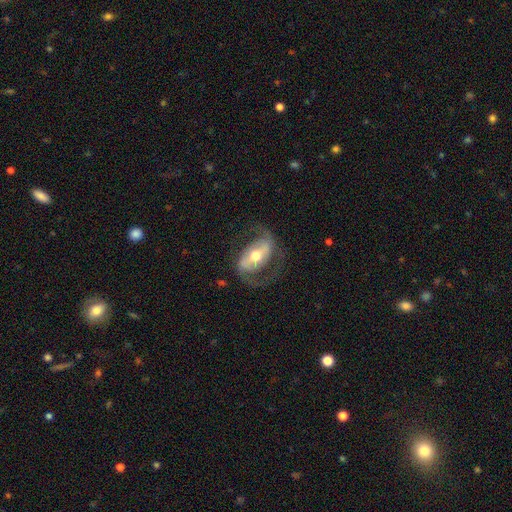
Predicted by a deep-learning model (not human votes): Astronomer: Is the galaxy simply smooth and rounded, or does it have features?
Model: featured or disk — 84%.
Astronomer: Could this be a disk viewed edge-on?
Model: no — 95%.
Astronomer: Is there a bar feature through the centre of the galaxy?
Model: strong — 47% (runner-up: weak, 34%).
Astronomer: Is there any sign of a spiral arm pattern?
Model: yes — 90%.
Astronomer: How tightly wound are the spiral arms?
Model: medium — 52% (runner-up: loose, 33%).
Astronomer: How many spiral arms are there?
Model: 2 — 90%.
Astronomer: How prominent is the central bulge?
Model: moderate — 71%.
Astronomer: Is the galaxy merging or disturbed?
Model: none — 71%.